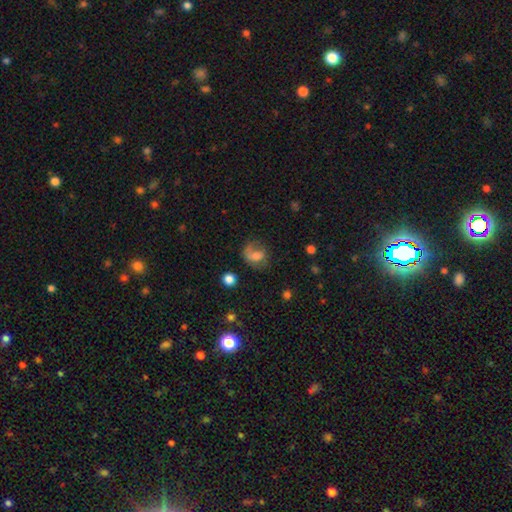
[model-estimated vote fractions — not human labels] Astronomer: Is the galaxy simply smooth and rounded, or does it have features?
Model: smooth — 53% (runner-up: featured or disk, 36%).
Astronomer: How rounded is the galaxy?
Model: round — 53% (runner-up: in between, 46%).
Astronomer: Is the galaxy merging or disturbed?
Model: none — 48% (runner-up: major disturbance, 25%).